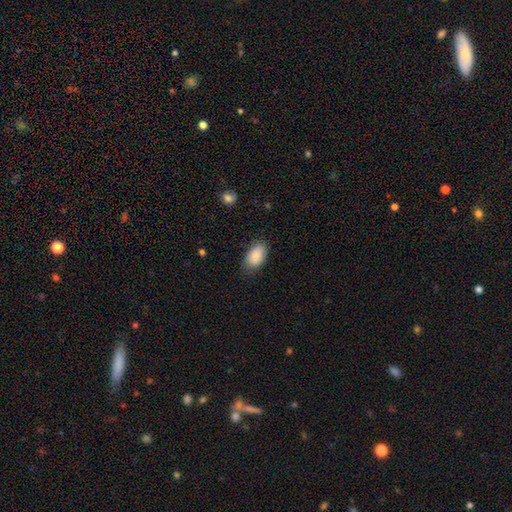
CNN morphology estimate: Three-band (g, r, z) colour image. It shows a smooth galaxy with no disk features (86%) that is in between round and cigar-shaped (93%). Merging: none (75%).